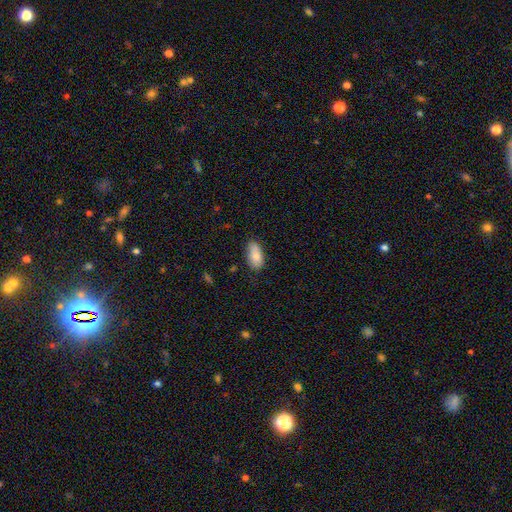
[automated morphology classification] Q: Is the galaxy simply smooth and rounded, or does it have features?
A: smooth — 81%.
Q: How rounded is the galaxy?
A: in between — 92%.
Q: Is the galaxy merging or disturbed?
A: none — 71%.